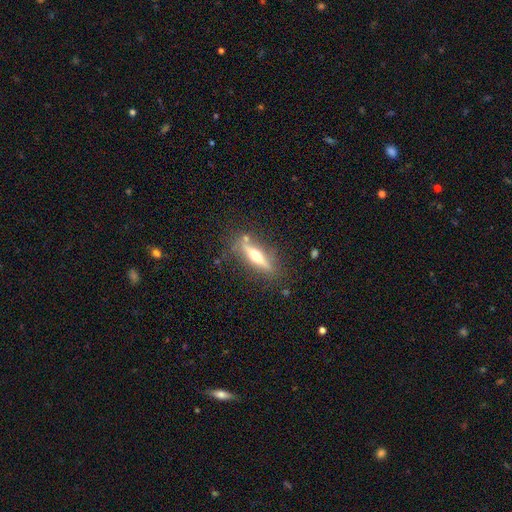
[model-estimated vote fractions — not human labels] This appears to be a featured or disk galaxy (64%) viewed edge-on (93%) with a rounded central bulge (93%). Merging: none (79%).